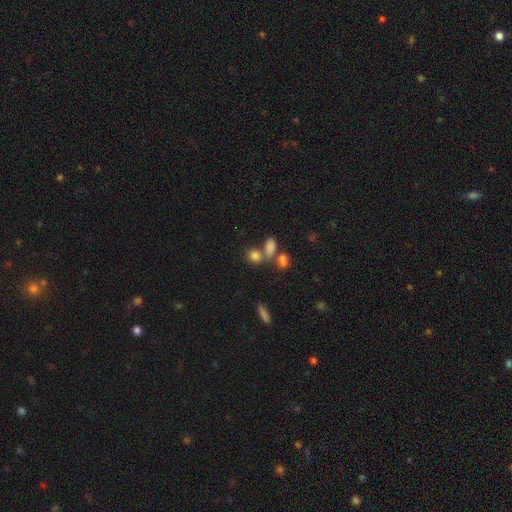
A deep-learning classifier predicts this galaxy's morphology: type=smooth (79%); roundness=round (51%); merging=none (49%).